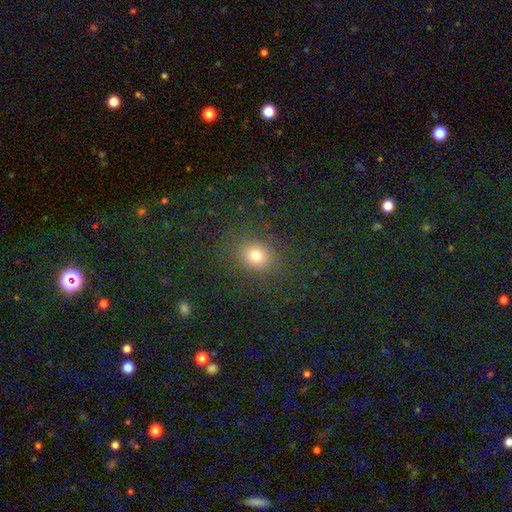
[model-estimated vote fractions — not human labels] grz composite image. It shows a smooth galaxy with no disk features (75%) that is round (64%). Merging: none (85%).